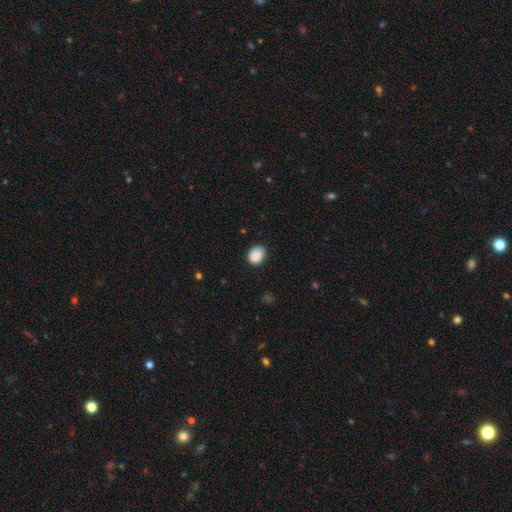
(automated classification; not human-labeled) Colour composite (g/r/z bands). It shows a smooth galaxy with no disk features (88%) that is in between round and cigar-shaped (54%). Merging: none (77%).